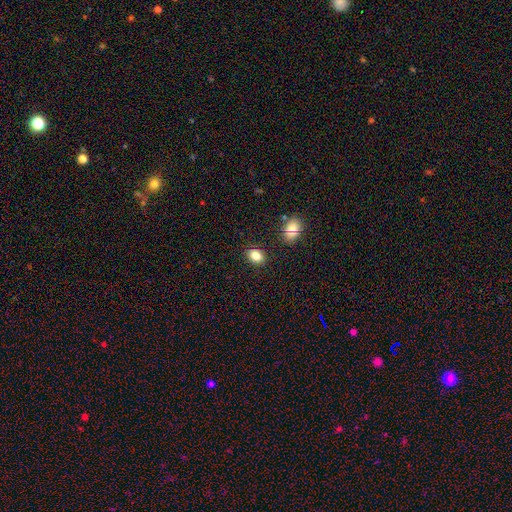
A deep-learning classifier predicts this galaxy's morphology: Overall: smooth (83%). How rounded: in between (71%). Merging: none (87%).